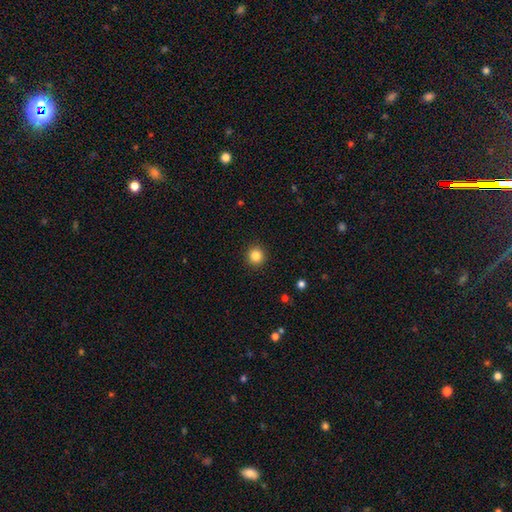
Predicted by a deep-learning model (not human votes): The model was most divided on "smooth or featured": smooth: 84%, star or artifact: 11%, featured or disk: 5%. More confident: how rounded — round (95%); merging — none (92%).